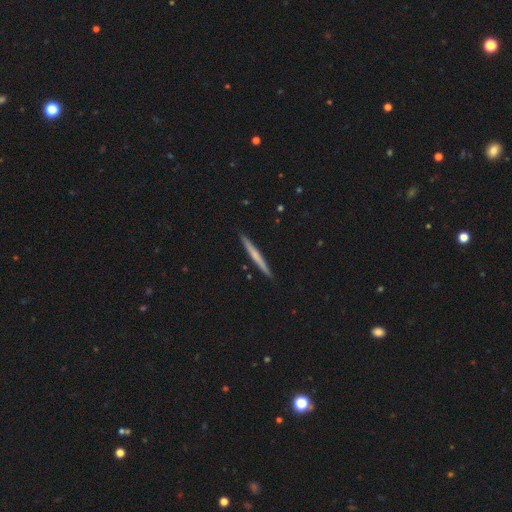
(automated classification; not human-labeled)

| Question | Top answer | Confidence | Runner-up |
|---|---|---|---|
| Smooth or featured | featured or disk | 48% | smooth (47%) |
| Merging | none | 92% | minor disturbance (5%) |